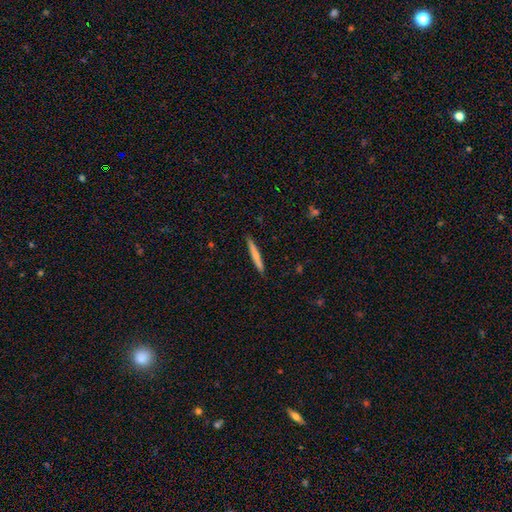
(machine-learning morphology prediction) Q: Smooth or featured?
A: smooth (63%); runner-up: featured or disk (31%)
Q: How rounded?
A: cigar-shaped (96%); runner-up: in between (3%)
Q: Merging?
A: none (90%); runner-up: minor disturbance (7%)